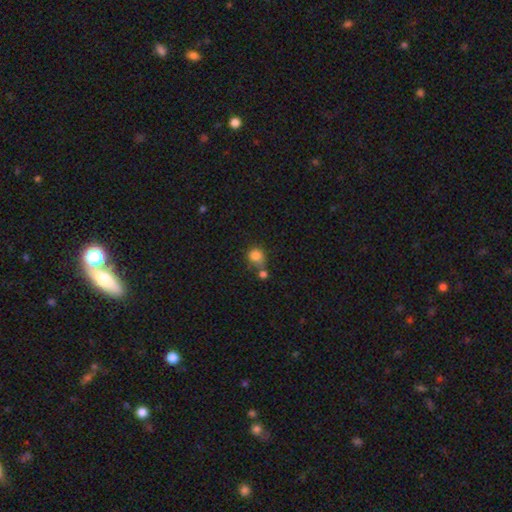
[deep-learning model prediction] Smooth or featured? Predicted: smooth (p=0.83). How rounded? Predicted: round (p=0.82). Merging? Predicted: none (p=0.49).